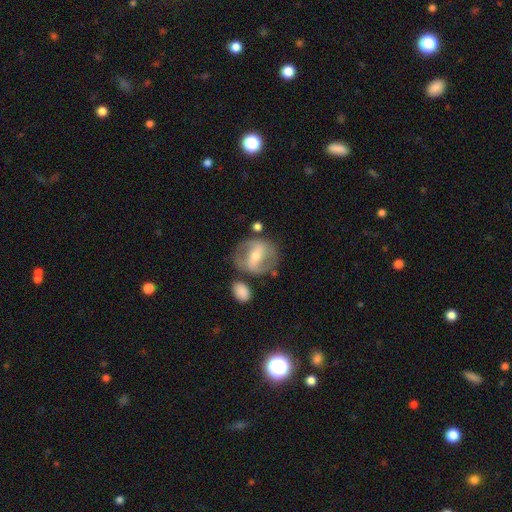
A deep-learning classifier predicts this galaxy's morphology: smooth_or_featured: featured or disk (p=0.70) [alt: smooth p=0.23]
disk_edge_on: no (p=0.93) [alt: yes p=0.07]
bar: strong (p=0.59) [alt: weak p=0.27]
has_spiral_arms: yes (p=0.64) [alt: no p=0.36]
bulge_size: moderate (p=0.54) [alt: small p=0.40]
merging: none (p=0.68) [alt: minor disturbance p=0.15]